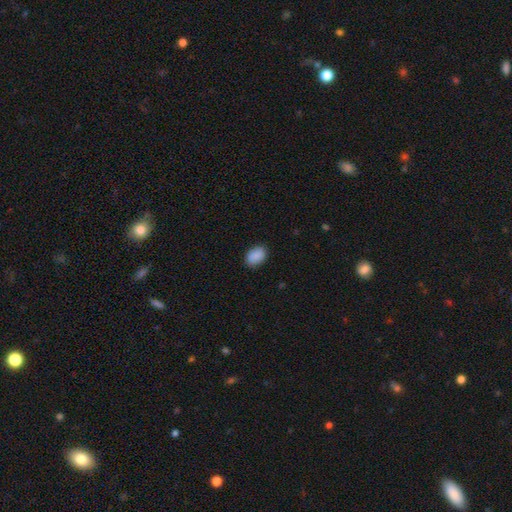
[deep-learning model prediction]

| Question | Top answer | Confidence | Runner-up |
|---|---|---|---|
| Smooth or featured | smooth | 90% | star or artifact (7%) |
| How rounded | in between | 84% | round (15%) |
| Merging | none | 88% | minor disturbance (9%) |